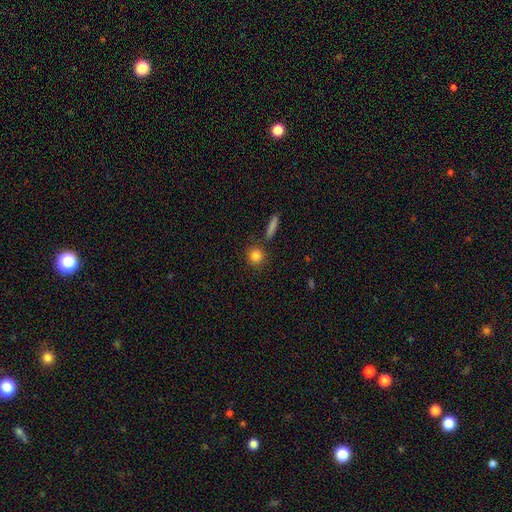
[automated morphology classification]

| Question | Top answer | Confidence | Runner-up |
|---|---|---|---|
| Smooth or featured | smooth | 85% | star or artifact (10%) |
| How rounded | round | 86% | in between (11%) |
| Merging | none | 81% | minor disturbance (8%) |